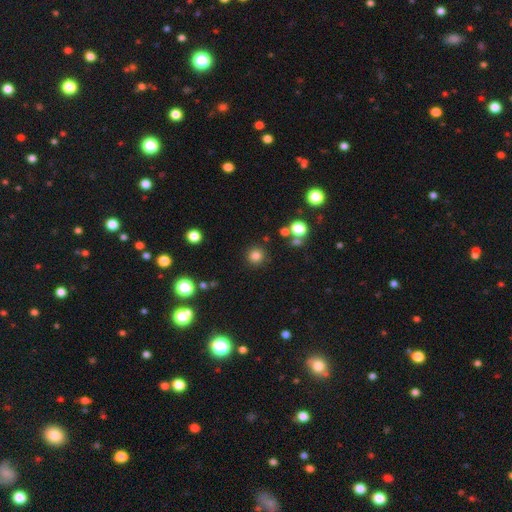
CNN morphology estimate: Smooth or featured? Predicted: smooth (p=0.81). How rounded? Predicted: round (p=0.95). Merging? Predicted: none (p=0.88).